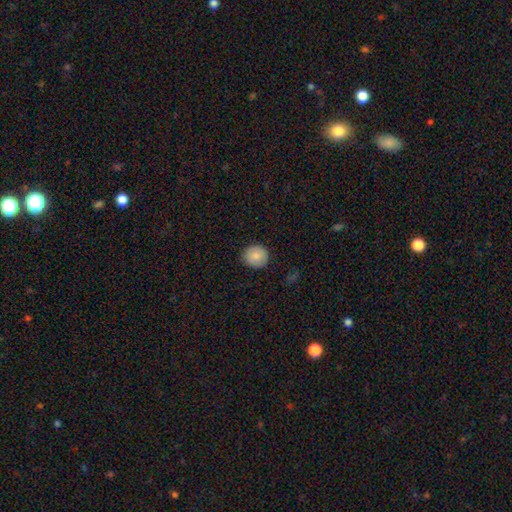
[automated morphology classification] A smooth galaxy with no disk features (85%) that is round (87%).

Vote fractions:
- Smooth or featured? smooth: 85% / star or artifact: 8% / featured or disk: 7%
- How rounded? round: 87% / in between: 12% / cigar-shaped: 1%
- Merging? none: 89% / minor disturbance: 8% / major disturbance: 2% / merger: 1%